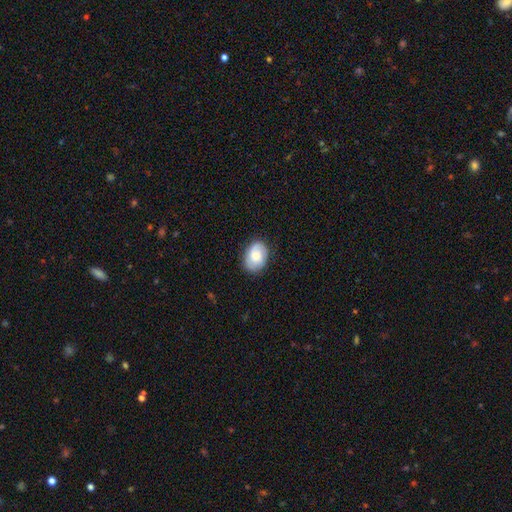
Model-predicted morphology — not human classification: Smooth or featured: smooth — 60% (featured or disk — 33%)
How rounded: in between — 72% (round — 27%)
Merging: none — 81% (minor disturbance — 15%)